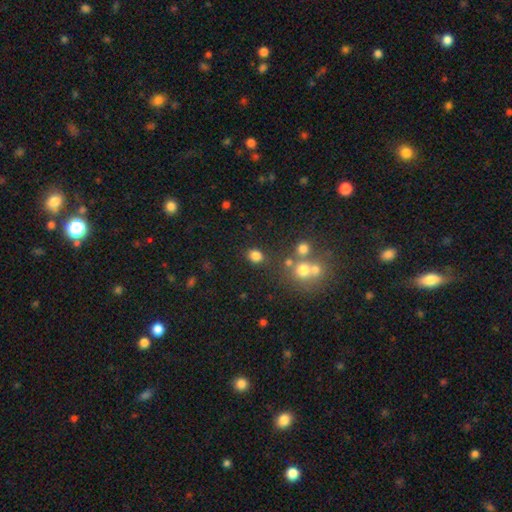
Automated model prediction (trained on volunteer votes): smooth_or_featured: smooth (p=0.80) [alt: star or artifact p=0.14]
how_rounded: round (p=0.56) [alt: in between p=0.43]
merging: none (p=0.78) [alt: minor disturbance p=0.10]